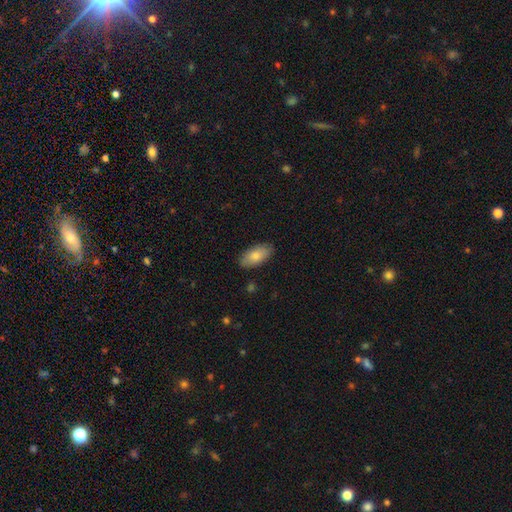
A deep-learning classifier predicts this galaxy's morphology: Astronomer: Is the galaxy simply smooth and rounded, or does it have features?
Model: smooth — 82%.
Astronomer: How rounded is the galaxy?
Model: in between — 92%.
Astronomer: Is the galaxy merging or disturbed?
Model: none — 86%.